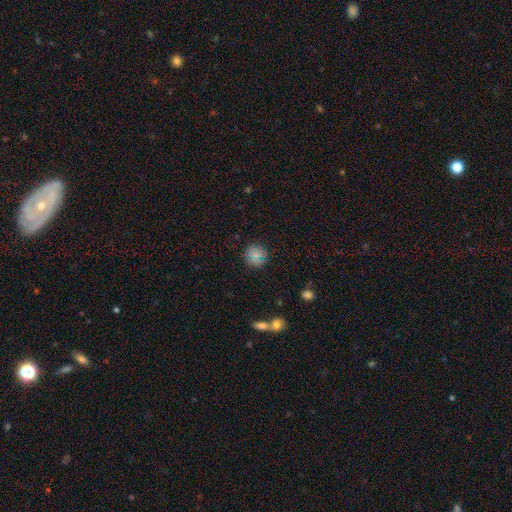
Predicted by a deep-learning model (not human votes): This is likely a smooth galaxy (76%). How rounded: clearly round (90%). Merging: clearly none (86%).